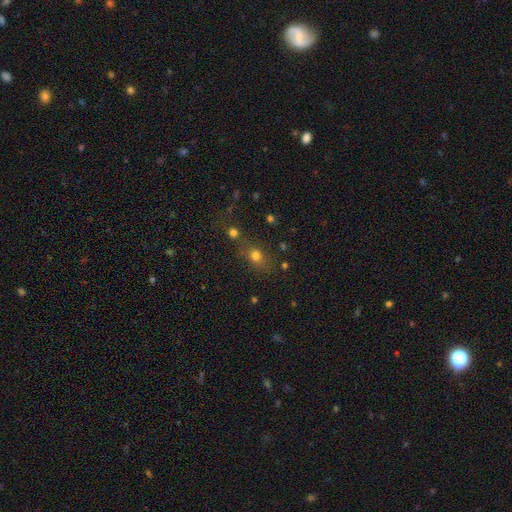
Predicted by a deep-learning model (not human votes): This is likely a smooth galaxy (72%). How rounded: possibly round (49%). Merging: likely none (60%).